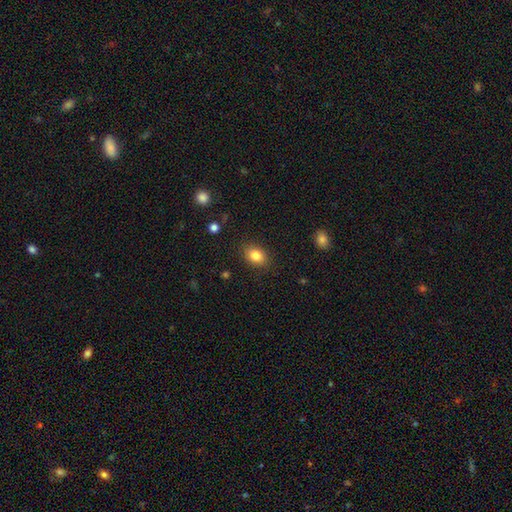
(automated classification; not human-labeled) Smooth or featured: smooth — 84% (star or artifact — 9%)
How rounded: in between — 70% (round — 29%)
Merging: none — 86% (minor disturbance — 10%)